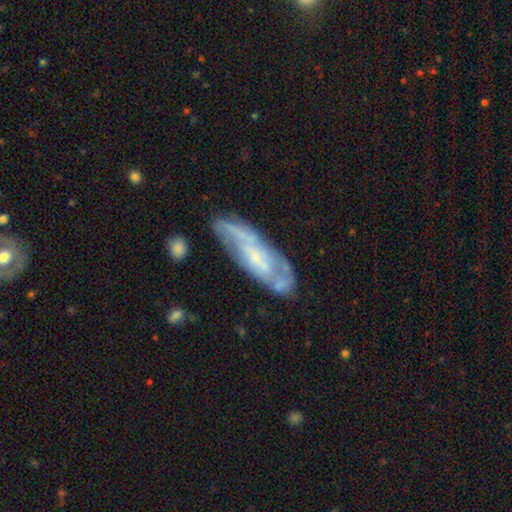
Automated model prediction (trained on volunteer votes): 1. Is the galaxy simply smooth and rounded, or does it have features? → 70% featured or disk, 23% smooth, 7% star or artifact.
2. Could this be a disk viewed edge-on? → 79% no, 21% yes.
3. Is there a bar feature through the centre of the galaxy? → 57% no, 32% weak, 11% strong.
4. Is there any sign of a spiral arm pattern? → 71% yes, 29% no.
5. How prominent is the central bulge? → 54% small, 23% moderate, 18% none, 3% large, 1% dominant.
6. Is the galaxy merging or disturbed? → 61% none, 22% minor disturbance, 11% major disturbance, 5% merger.